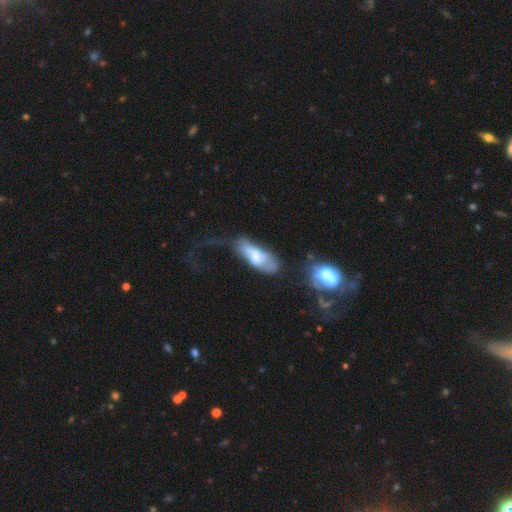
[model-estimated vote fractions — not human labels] Smooth or featured?
  - smooth: 54% *
  - featured or disk: 38%
  - star or artifact: 8%
How rounded?
  - in between: 73% *
  - cigar-shaped: 24%
  - round: 3%
Merging?
  - major disturbance: 36% *
  - none: 24%
  - minor disturbance: 24%
  - merger: 16%